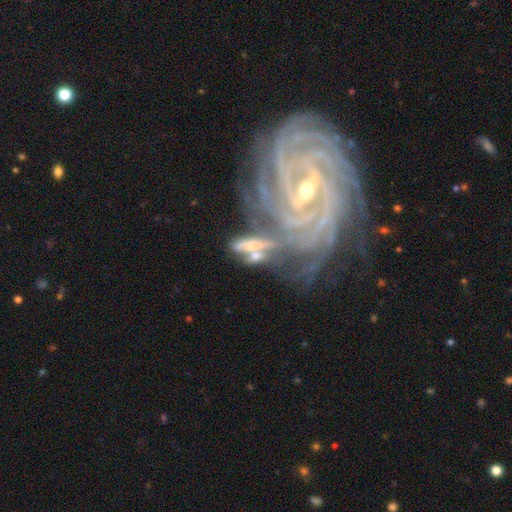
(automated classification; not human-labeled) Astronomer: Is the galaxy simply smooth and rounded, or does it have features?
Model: featured or disk — 60%.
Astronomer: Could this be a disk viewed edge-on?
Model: no — 73%.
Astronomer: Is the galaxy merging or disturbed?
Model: merger — 44% (runner-up: none, 26%).